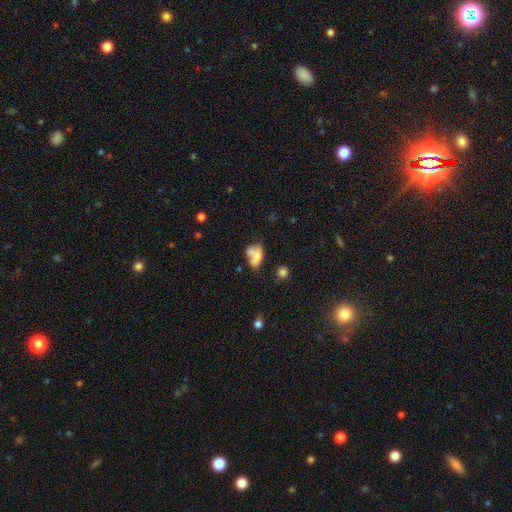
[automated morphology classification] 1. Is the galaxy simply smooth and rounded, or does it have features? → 60% smooth, 28% featured or disk, 12% star or artifact.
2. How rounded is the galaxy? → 75% in between, 23% round, 3% cigar-shaped.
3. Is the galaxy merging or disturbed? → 43% merger, 26% none, 17% minor disturbance, 14% major disturbance.